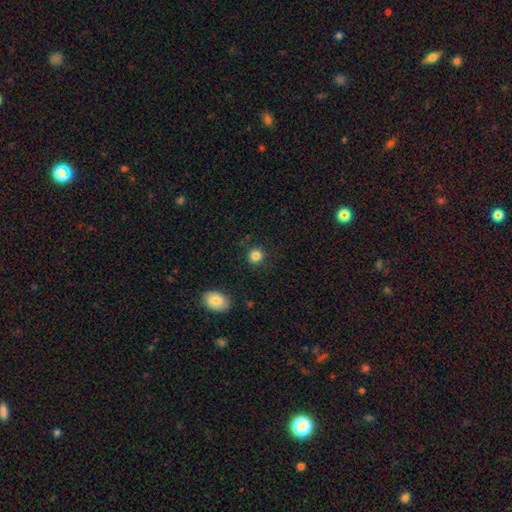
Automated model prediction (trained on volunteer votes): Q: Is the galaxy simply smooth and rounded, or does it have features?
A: smooth — 85%.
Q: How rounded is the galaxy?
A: round — 90%.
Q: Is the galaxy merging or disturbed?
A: none — 89%.